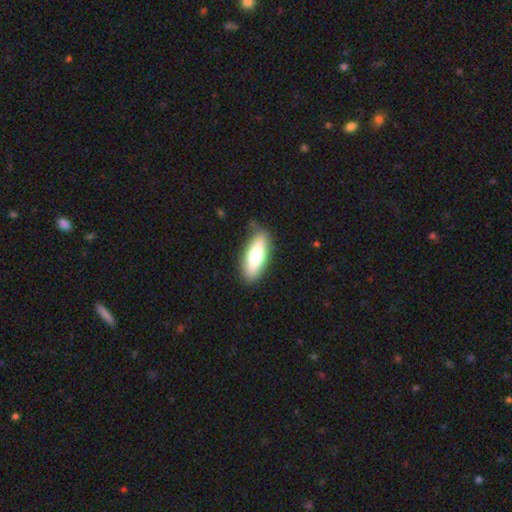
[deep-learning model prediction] A smooth galaxy with no disk features (69%) that is in between round and cigar-shaped (62%). Merging: none (81%).